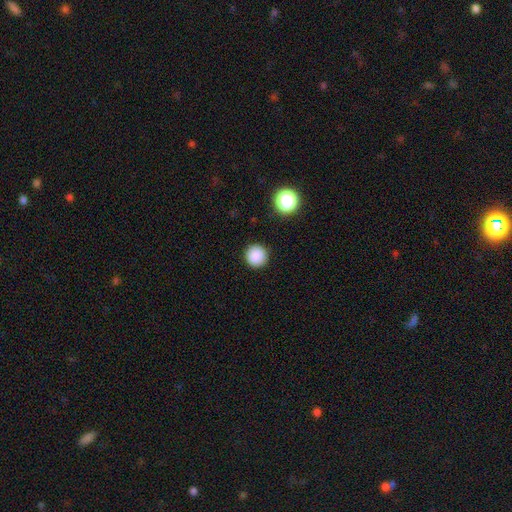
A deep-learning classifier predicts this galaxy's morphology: smooth_or_featured: smooth (p=0.87) [alt: star or artifact p=0.11]
how_rounded: round (p=0.96) [alt: in between p=0.03]
merging: none (p=0.92) [alt: minor disturbance p=0.05]